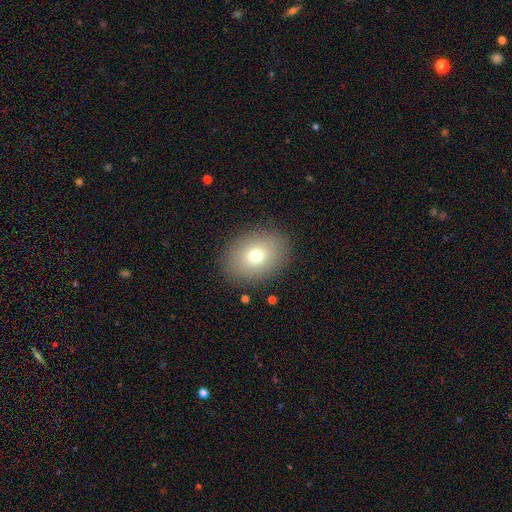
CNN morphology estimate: This is likely a smooth galaxy (74%). How rounded: likely in between (65%). Merging: clearly none (87%).